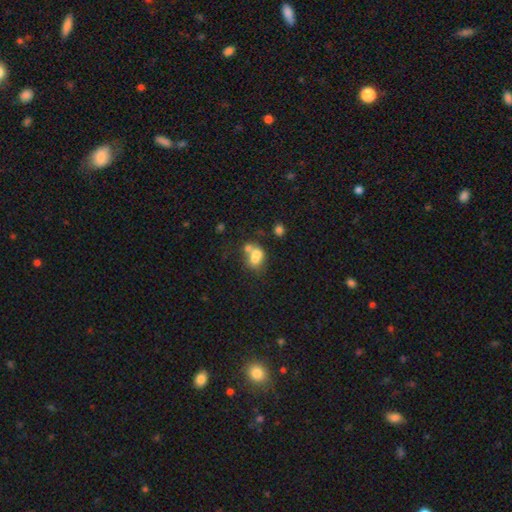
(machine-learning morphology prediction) smooth_or_featured: smooth (p=0.69) [alt: featured or disk p=0.20]
how_rounded: in between (p=0.66) [alt: round p=0.33]
merging: merger (p=0.56) [alt: none p=0.24]